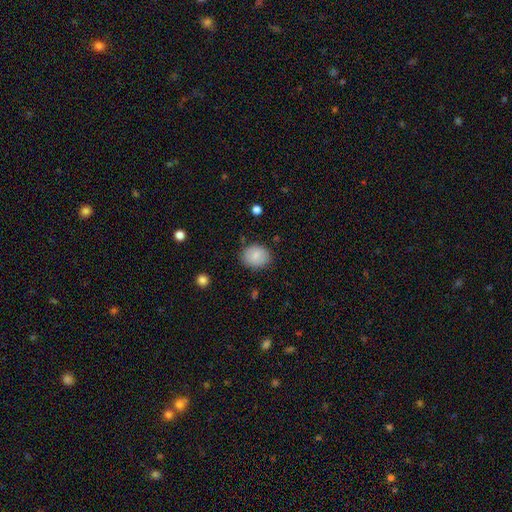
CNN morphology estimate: smooth_or_featured: smooth (p=0.82) [alt: featured or disk p=0.10]
how_rounded: round (p=0.54) [alt: in between p=0.45]
merging: none (p=0.82) [alt: minor disturbance p=0.13]